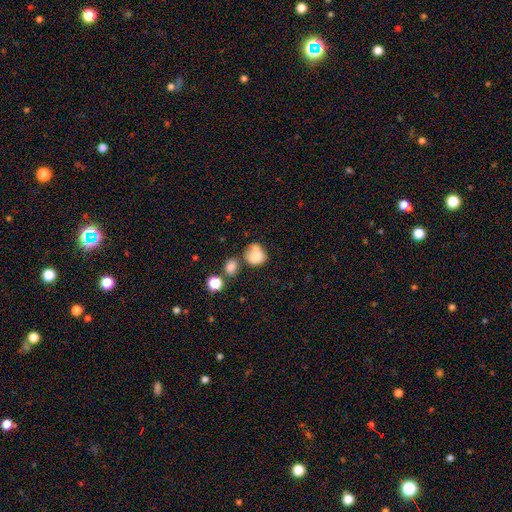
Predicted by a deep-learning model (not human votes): Q: Smooth or featured?
A: smooth (76%); runner-up: featured or disk (14%)
Q: How rounded?
A: round (58%); runner-up: in between (41%)
Q: Merging?
A: merger (38%); runner-up: none (34%)